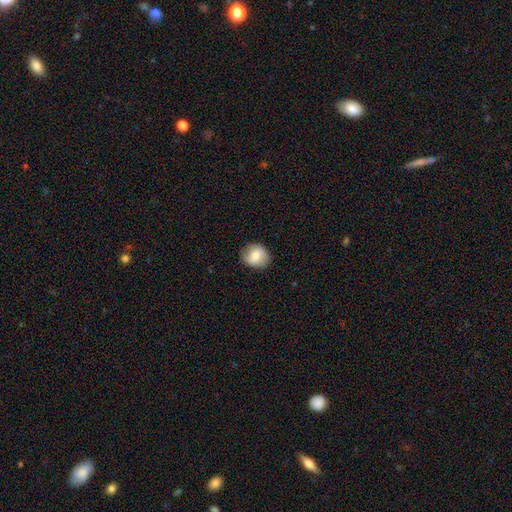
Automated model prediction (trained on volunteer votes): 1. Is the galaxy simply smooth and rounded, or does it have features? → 71% smooth, 21% featured or disk, 8% star or artifact.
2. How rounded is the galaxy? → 66% round, 33% in between, 1% cigar-shaped.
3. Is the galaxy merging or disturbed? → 84% none, 12% minor disturbance, 3% major disturbance, 1% merger.